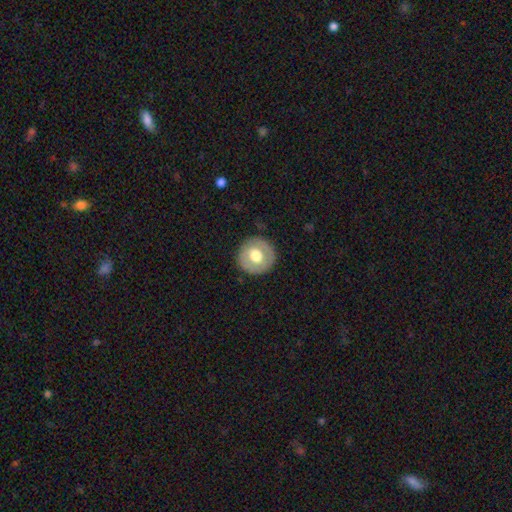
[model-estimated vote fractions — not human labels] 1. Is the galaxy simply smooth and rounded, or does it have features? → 62% smooth, 31% featured or disk, 7% star or artifact.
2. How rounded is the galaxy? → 95% round, 4% in between, 1% cigar-shaped.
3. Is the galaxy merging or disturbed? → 89% none, 7% minor disturbance, 2% major disturbance, 1% merger.